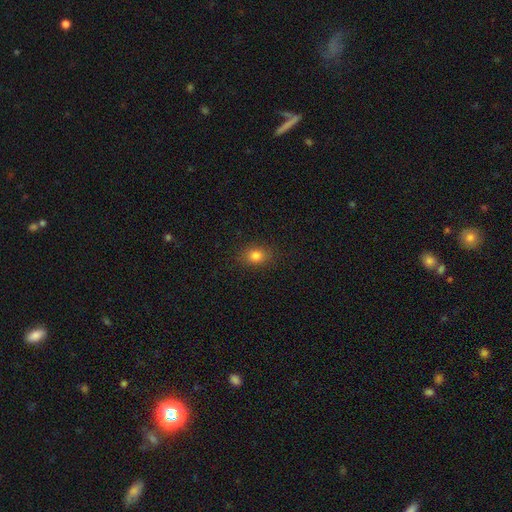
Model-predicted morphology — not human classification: This appears to be a smooth galaxy with no disk features (82%) that is in between round and cigar-shaped (55%). Merging: none (87%).